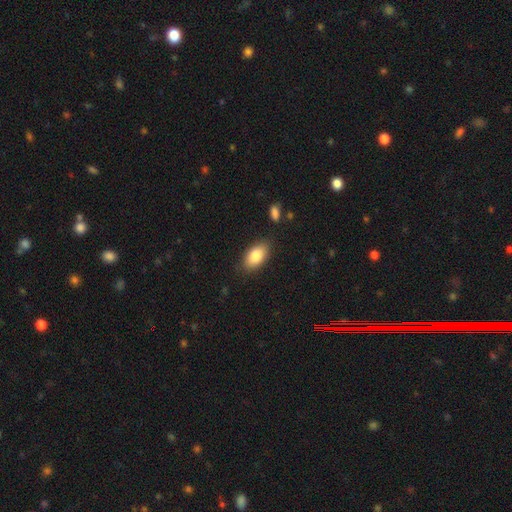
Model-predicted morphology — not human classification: A smooth galaxy with no disk features (86%) that is in between round and cigar-shaped (93%).

Vote fractions:
- Smooth or featured? smooth: 86% / featured or disk: 8% / star or artifact: 6%
- How rounded? in between: 93% / round: 4% / cigar-shaped: 3%
- Merging? none: 83% / minor disturbance: 12% / major disturbance: 3% / merger: 2%